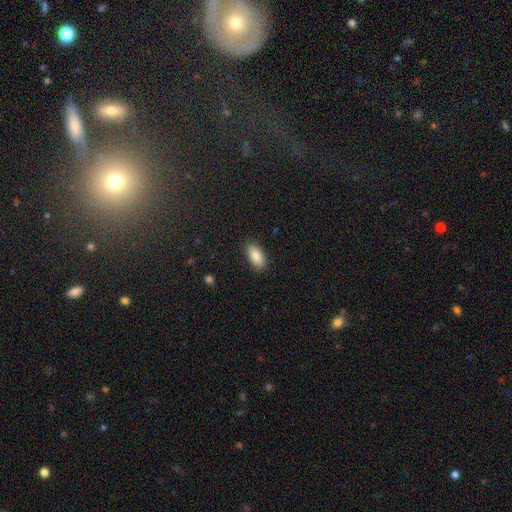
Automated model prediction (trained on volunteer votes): A smooth galaxy with no disk features (85%) that is in between round and cigar-shaped (92%).

Vote fractions:
- Smooth or featured? smooth: 85% / featured or disk: 8% / star or artifact: 7%
- How rounded? in between: 92% / cigar-shaped: 5% / round: 3%
- Merging? none: 86% / minor disturbance: 11% / major disturbance: 2% / merger: 1%